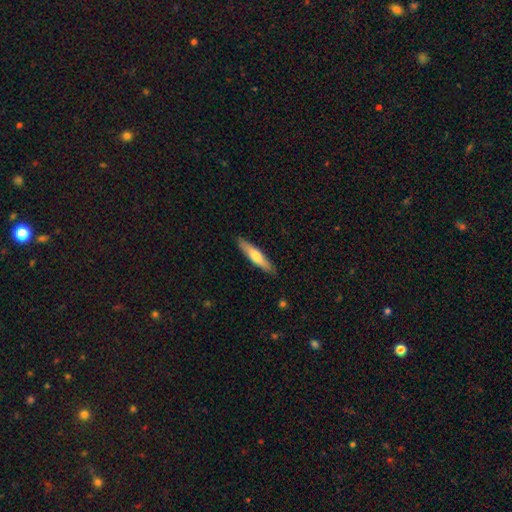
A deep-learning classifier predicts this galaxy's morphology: smooth_or_featured: smooth (p=0.61) [alt: featured or disk p=0.33]
how_rounded: cigar-shaped (p=0.83) [alt: in between p=0.15]
merging: none (p=0.88) [alt: minor disturbance p=0.09]